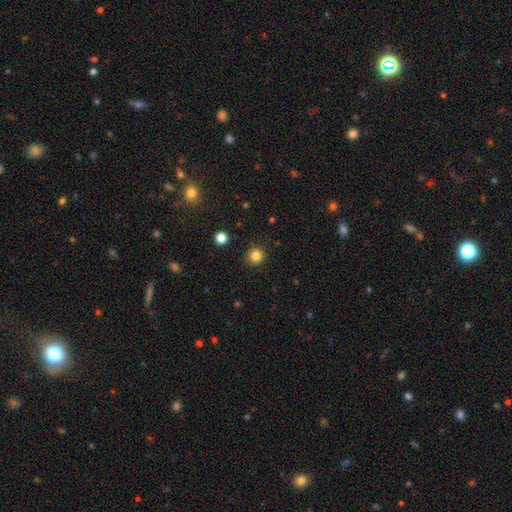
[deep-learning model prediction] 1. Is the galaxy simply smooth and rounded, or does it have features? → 83% smooth, 13% star or artifact, 4% featured or disk.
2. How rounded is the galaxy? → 94% round, 6% in between, 1% cigar-shaped.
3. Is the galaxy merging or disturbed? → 91% none, 6% minor disturbance, 2% major disturbance, 1% merger.